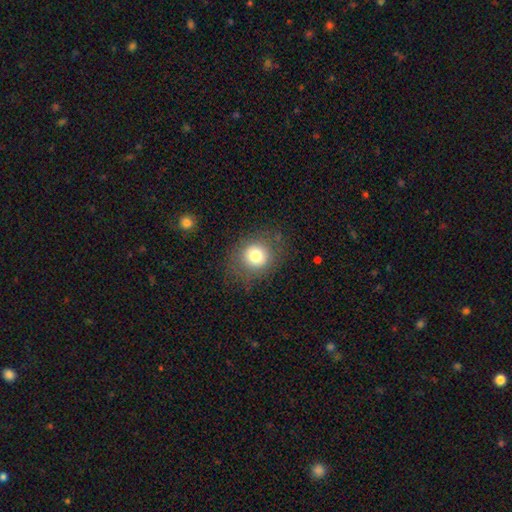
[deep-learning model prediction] Q: Smooth or featured?
A: smooth (76%); runner-up: featured or disk (12%)
Q: How rounded?
A: round (81%); runner-up: in between (18%)
Q: Merging?
A: none (80%); runner-up: minor disturbance (12%)